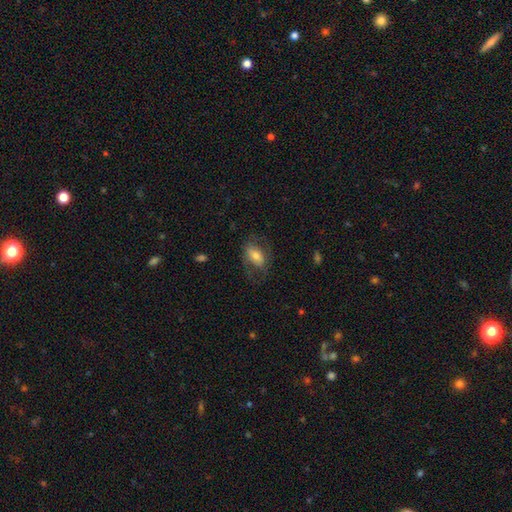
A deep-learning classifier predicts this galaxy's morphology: Smooth or featured? Predicted: smooth (p=0.59). How rounded? Predicted: in between (p=0.87). Merging? Predicted: none (p=0.62).